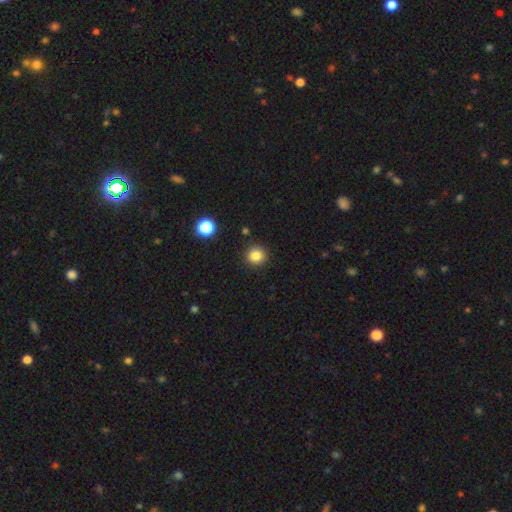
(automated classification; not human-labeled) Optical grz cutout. It shows a smooth galaxy with no disk features (84%) that is round (92%). Merging: none (90%).